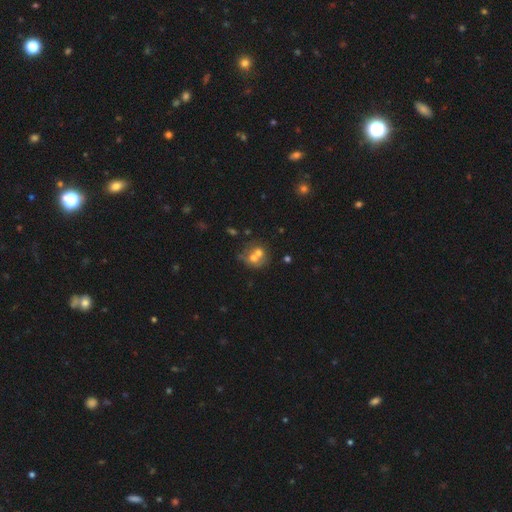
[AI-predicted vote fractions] smooth 57%, featured or disk 30%, star or artifact 12%. Down the decision tree: how rounded — round (72%); merging — merger (60%).